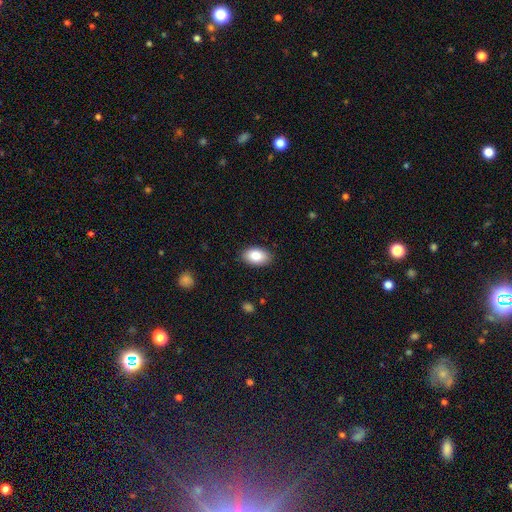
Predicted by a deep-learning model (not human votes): A smooth galaxy with no disk features (86%) that is in between round and cigar-shaped (92%).

Vote fractions:
- Smooth or featured? smooth: 86% / featured or disk: 8% / star or artifact: 7%
- How rounded? in between: 92% / round: 7% / cigar-shaped: 1%
- Merging? none: 87% / minor disturbance: 10% / major disturbance: 2% / merger: 1%